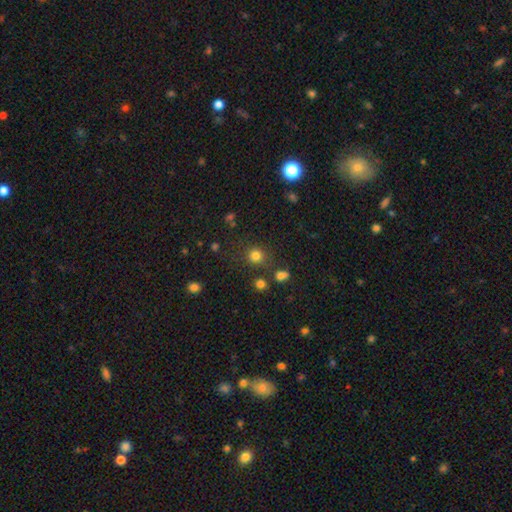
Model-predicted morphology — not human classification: smooth 79%, star or artifact 16%, featured or disk 6%. Down the decision tree: how rounded — round (89%); merging — none (79%).